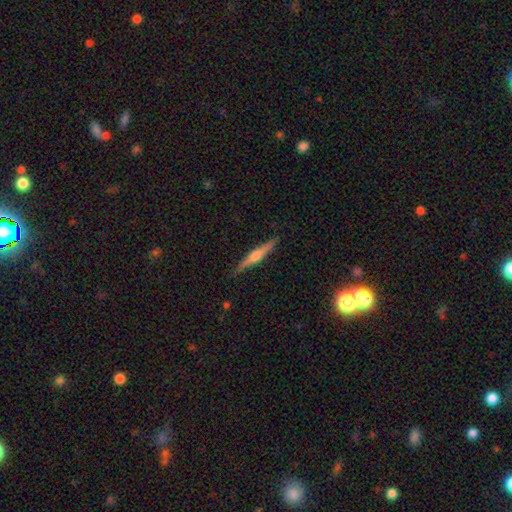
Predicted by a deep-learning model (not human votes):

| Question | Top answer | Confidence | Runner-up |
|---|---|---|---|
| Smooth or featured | featured or disk | 69% | smooth (24%) |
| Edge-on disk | yes | 98% | no (2%) |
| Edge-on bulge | rounded | 86% | boxy (8%) |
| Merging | none | 89% | minor disturbance (8%) |